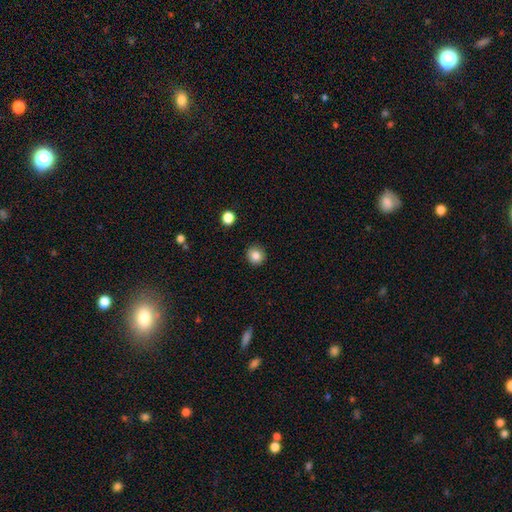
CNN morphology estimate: smooth 84%, star or artifact 10%, featured or disk 6%. Down the decision tree: how rounded — round (91%); merging — none (91%).